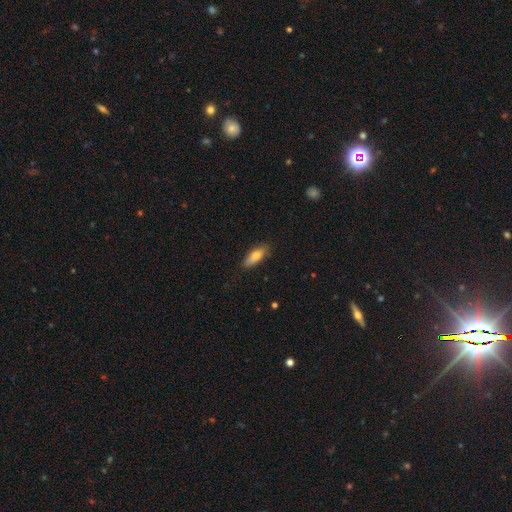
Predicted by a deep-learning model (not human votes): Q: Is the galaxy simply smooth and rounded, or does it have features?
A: smooth — 76%.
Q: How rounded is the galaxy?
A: in between — 60%.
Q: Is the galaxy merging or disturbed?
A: none — 85%.